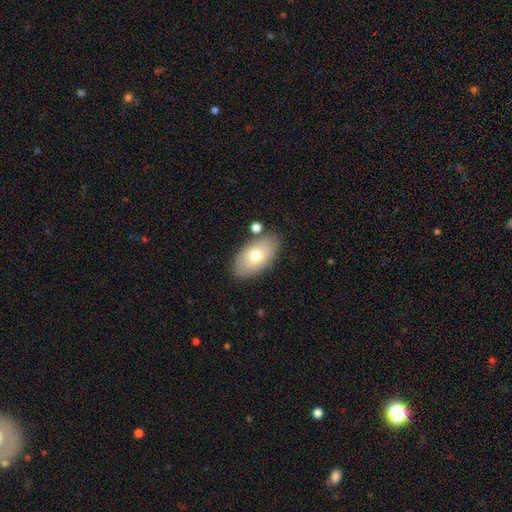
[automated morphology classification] Smooth or featured?
  - smooth: 74% *
  - featured or disk: 20%
  - star or artifact: 7%
How rounded?
  - in between: 94% *
  - round: 4%
  - cigar-shaped: 2%
Merging?
  - none: 79% *
  - minor disturbance: 13%
  - merger: 5%
  - major disturbance: 3%